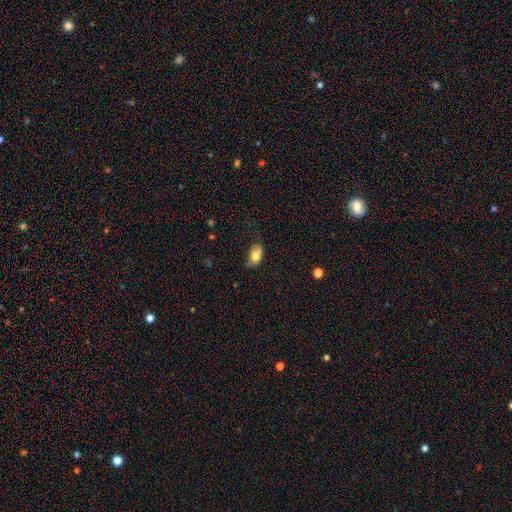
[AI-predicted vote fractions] Overall: smooth (76%). How rounded: in between (91%). Merging: none (52%; minor disturbance 35%).